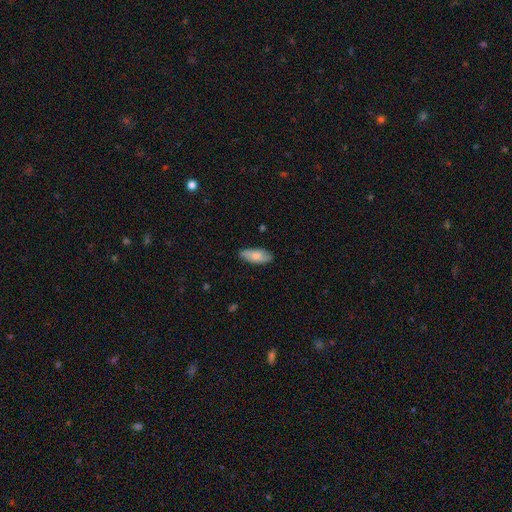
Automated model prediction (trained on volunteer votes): This is likely a smooth galaxy (73%). How rounded: likely in between (80%). Merging: clearly none (84%).